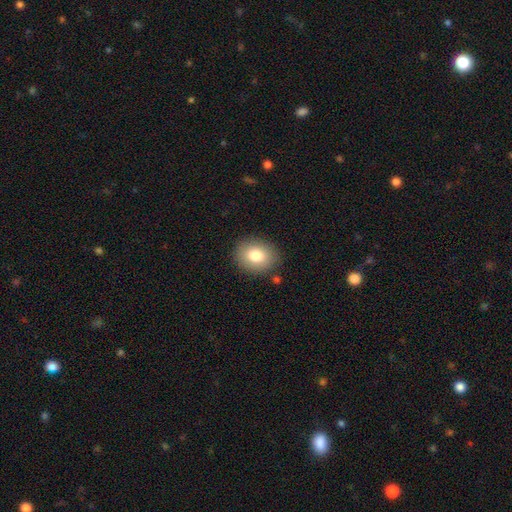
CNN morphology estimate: Smooth or featured? Predicted: smooth (p=0.81). How rounded? Predicted: round (p=0.50). Merging? Predicted: none (p=0.86).